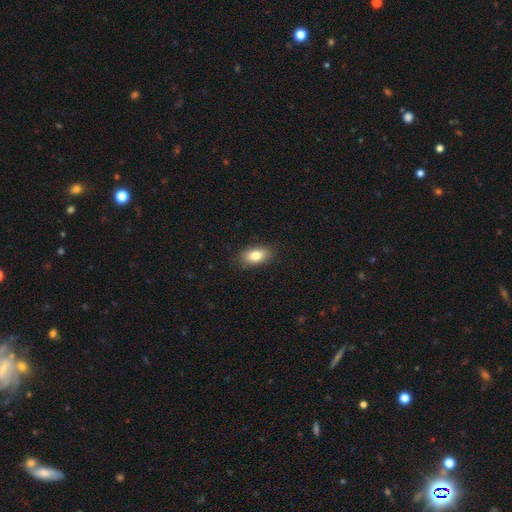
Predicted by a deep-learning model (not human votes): A smooth galaxy with no disk features (81%) that is in between round and cigar-shaped (89%). Merging: none (87%).